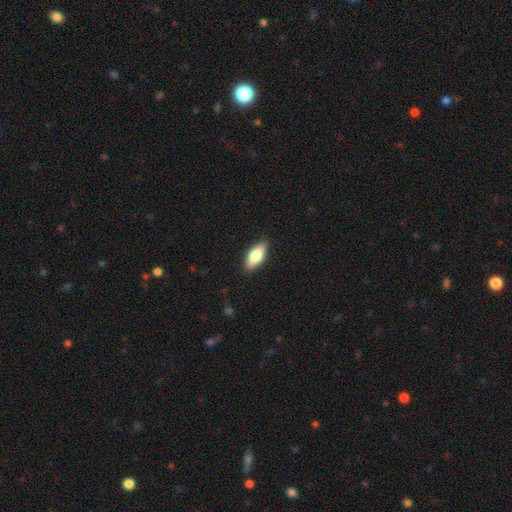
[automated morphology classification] Smooth or featured: smooth — 75% (featured or disk — 18%)
How rounded: in between — 84% (cigar-shaped — 14%)
Merging: none — 88% (minor disturbance — 9%)